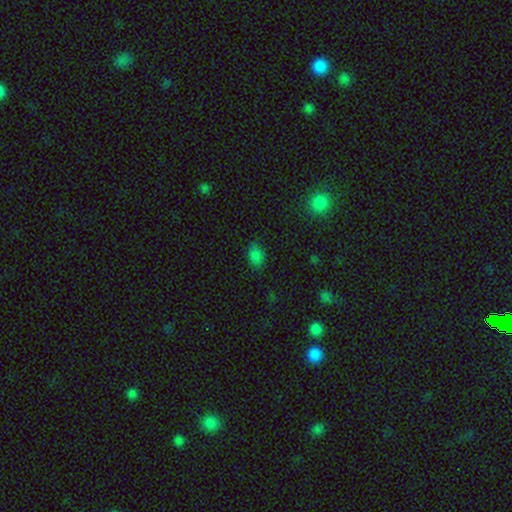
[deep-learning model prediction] This appears to be a smooth galaxy with no disk features (79%) that is in between round and cigar-shaped (81%). Merging: none (76%).